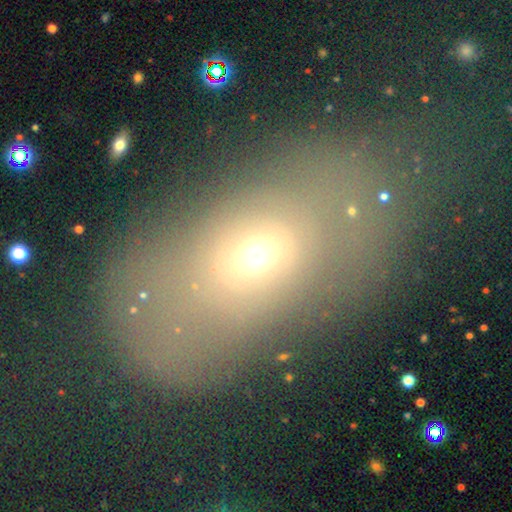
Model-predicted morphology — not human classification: Smooth or featured: smooth — 52% (featured or disk — 31%)
How rounded: in between — 83% (round — 12%)
Merging: none — 54% (major disturbance — 21%)